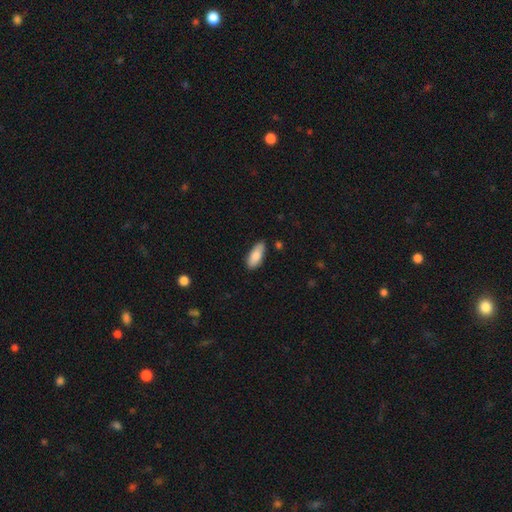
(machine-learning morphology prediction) smooth 85%, featured or disk 9%, star or artifact 6%. Down the decision tree: how rounded — in between (82%); merging — none (79%).